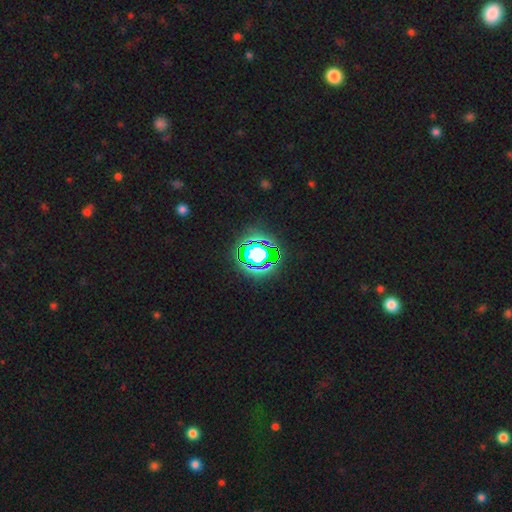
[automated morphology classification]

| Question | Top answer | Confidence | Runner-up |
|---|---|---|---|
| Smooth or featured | star or artifact | 63% | smooth (20%) |